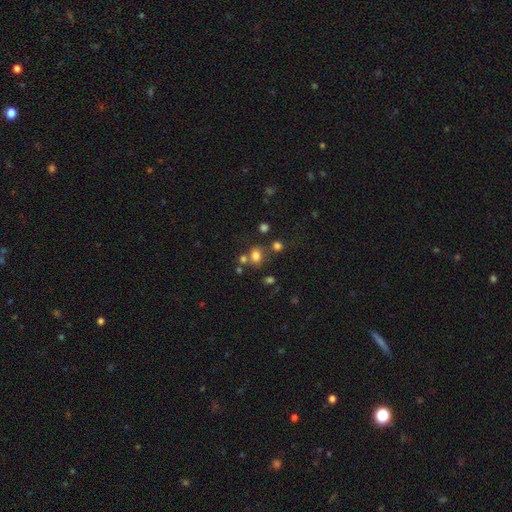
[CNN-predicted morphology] This appears to be a smooth galaxy with no disk features (75%) that is round (50%). Merging: none (63%).